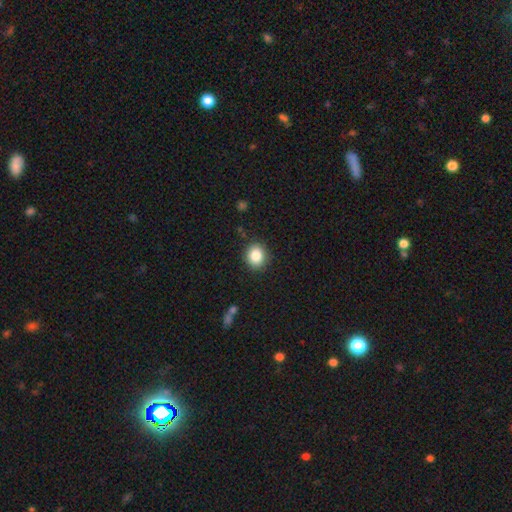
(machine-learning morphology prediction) A smooth galaxy with no disk features (85%) that is round (74%). Merging: none (89%).